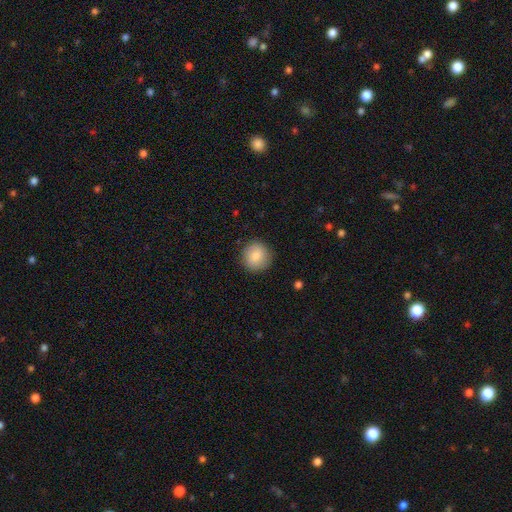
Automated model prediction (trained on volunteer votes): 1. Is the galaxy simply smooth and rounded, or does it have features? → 84% smooth, 9% featured or disk, 8% star or artifact.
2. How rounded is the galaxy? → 91% round, 8% in between, 1% cigar-shaped.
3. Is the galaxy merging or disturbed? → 88% none, 9% minor disturbance, 2% major disturbance, 1% merger.